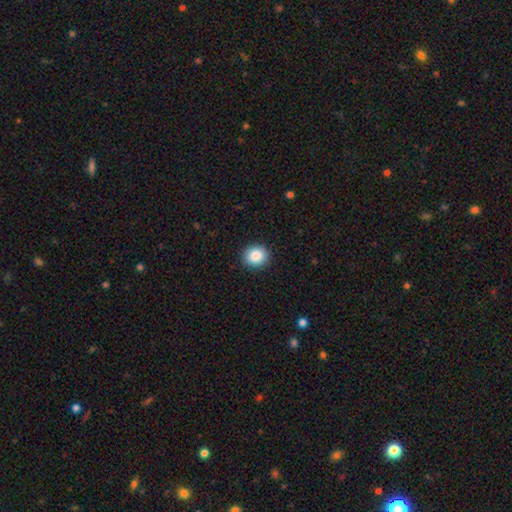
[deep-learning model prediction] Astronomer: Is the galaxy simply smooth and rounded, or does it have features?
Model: smooth — 86%.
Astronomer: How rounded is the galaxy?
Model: round — 81%.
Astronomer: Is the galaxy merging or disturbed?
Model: none — 90%.